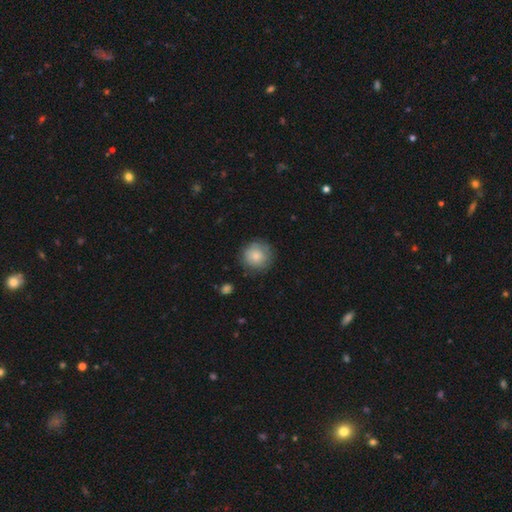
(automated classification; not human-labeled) This is clearly a smooth galaxy (82%). How rounded: clearly round (94%). Merging: clearly none (82%).